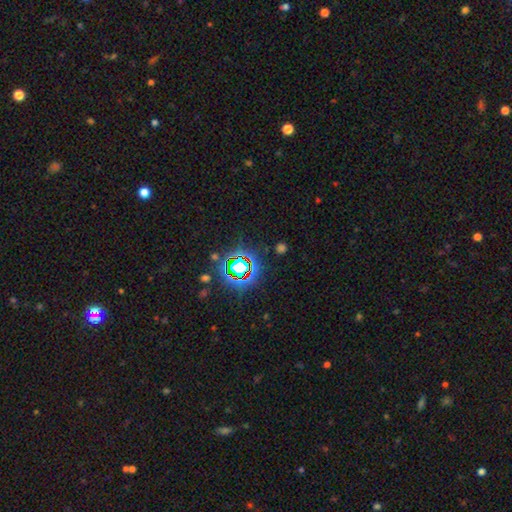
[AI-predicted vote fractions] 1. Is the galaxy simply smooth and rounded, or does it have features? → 77% star or artifact, 13% smooth, 10% featured or disk.